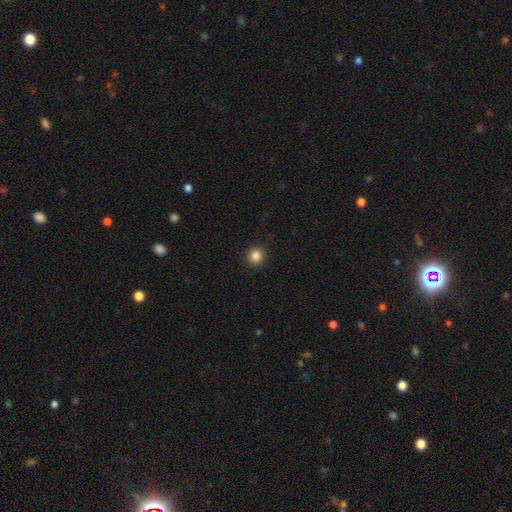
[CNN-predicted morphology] Smooth or featured? smooth (85%)
How rounded? round (93%)
Merging? none (93%)